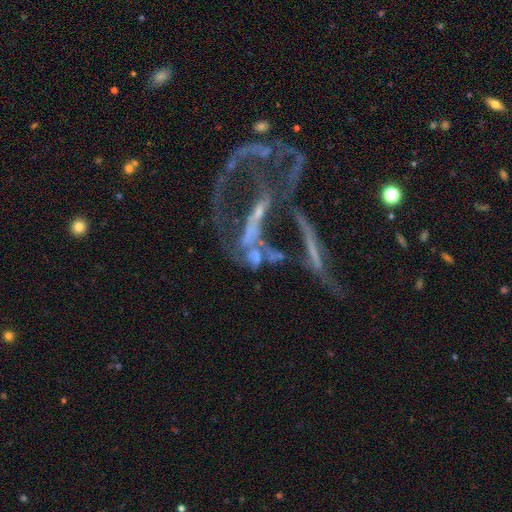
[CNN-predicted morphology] Q: Smooth or featured?
A: featured or disk (54%); runner-up: smooth (24%)
Q: Edge-on disk?
A: no (81%); runner-up: yes (19%)
Q: Merging?
A: merger (41%); runner-up: major disturbance (27%)